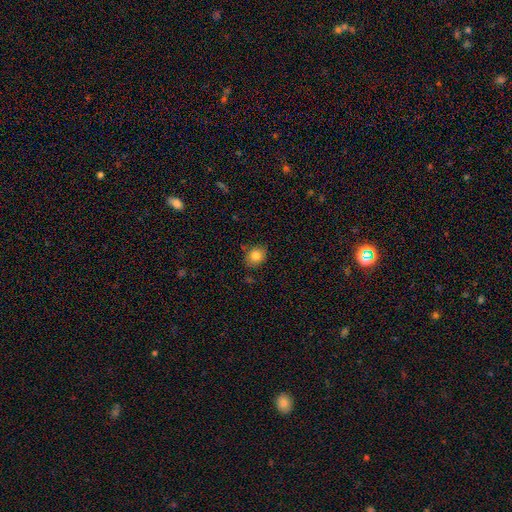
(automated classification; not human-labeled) smooth_or_featured: smooth (p=0.83) [alt: star or artifact p=0.10]
how_rounded: round (p=0.61) [alt: in between p=0.39]
merging: none (p=0.81) [alt: minor disturbance p=0.14]